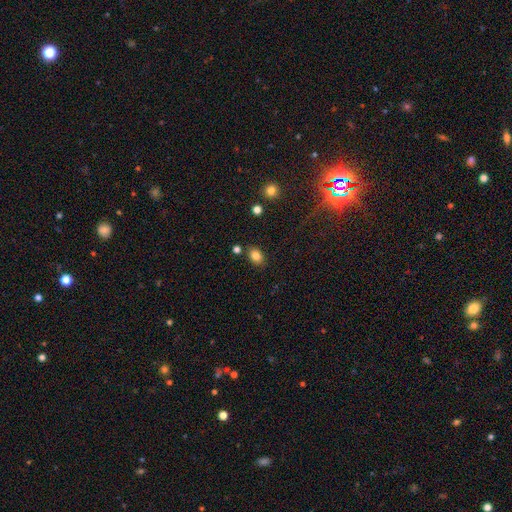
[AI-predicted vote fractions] This is clearly a smooth galaxy (83%). How rounded: likely in between (73%). Merging: clearly none (82%).